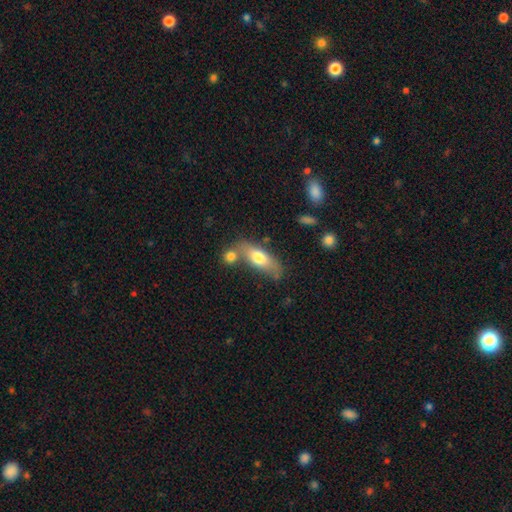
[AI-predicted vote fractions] Smooth or featured?
  - smooth: 63% *
  - featured or disk: 29%
  - star or artifact: 7%
How rounded?
  - in between: 65% *
  - cigar-shaped: 31%
  - round: 4%
Merging?
  - none: 55% *
  - merger: 22%
  - minor disturbance: 17%
  - major disturbance: 6%